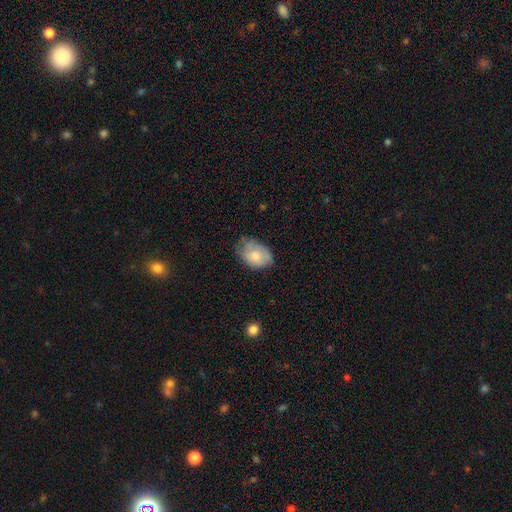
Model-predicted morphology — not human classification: smooth-or-featured: smooth: 73% | featured or disk: 20% | star or artifact: 7%
  how-rounded: in between: 84% | round: 15% | cigar-shaped: 1%
  merging: none: 53% | minor disturbance: 35% | major disturbance: 10% | merger: 2%